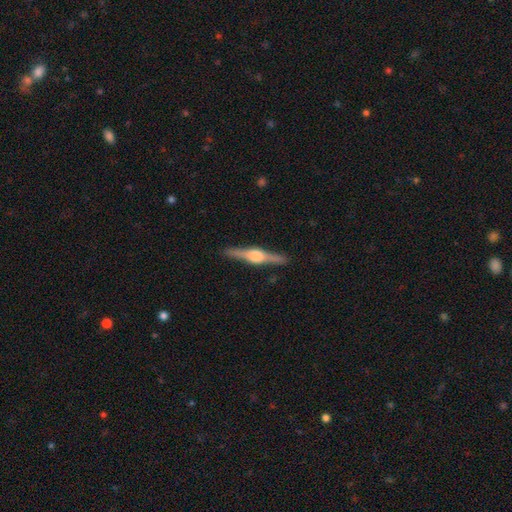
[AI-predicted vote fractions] smooth_or_featured: featured or disk (p=0.82) [alt: smooth p=0.13]
disk_edge_on: yes (p=0.98) [alt: no p=0.02]
edge_on_bulge: rounded (p=0.90) [alt: boxy p=0.08]
merging: none (p=0.91) [alt: minor disturbance p=0.06]